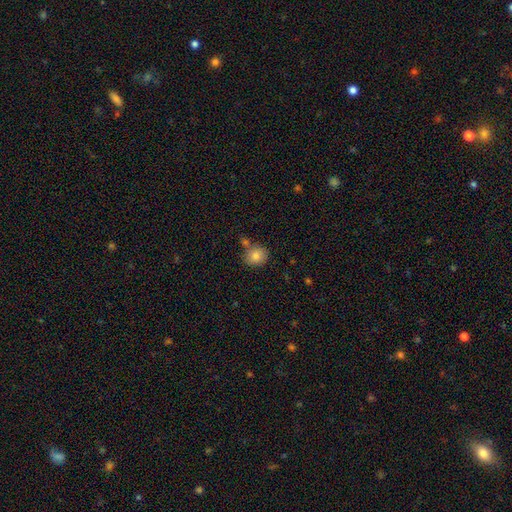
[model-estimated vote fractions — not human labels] Smooth or featured? Predicted: smooth (p=0.84). How rounded? Predicted: round (p=0.69). Merging? Predicted: none (p=0.69).